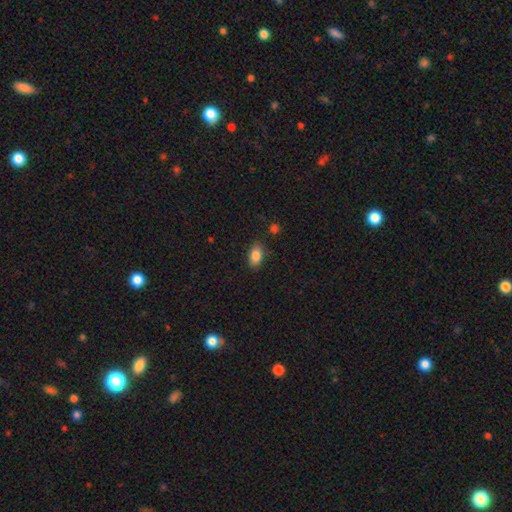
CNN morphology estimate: Q: Smooth or featured?
A: smooth (85%); runner-up: star or artifact (8%)
Q: How rounded?
A: in between (90%); runner-up: round (7%)
Q: Merging?
A: none (83%); runner-up: minor disturbance (12%)